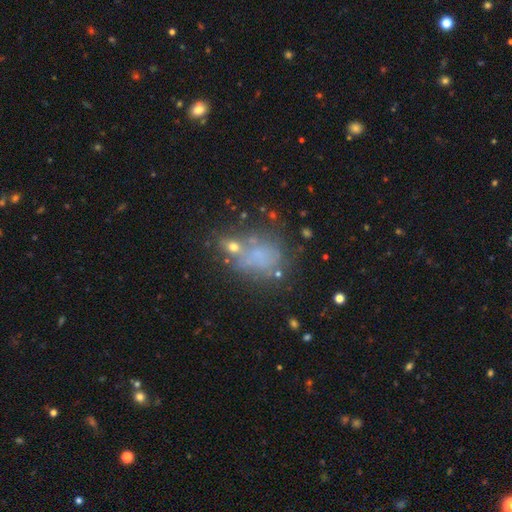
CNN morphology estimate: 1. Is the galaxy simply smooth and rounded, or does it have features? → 43% smooth, 32% featured or disk, 25% star or artifact.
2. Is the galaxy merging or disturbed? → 46% none, 19% major disturbance, 19% minor disturbance, 16% merger.